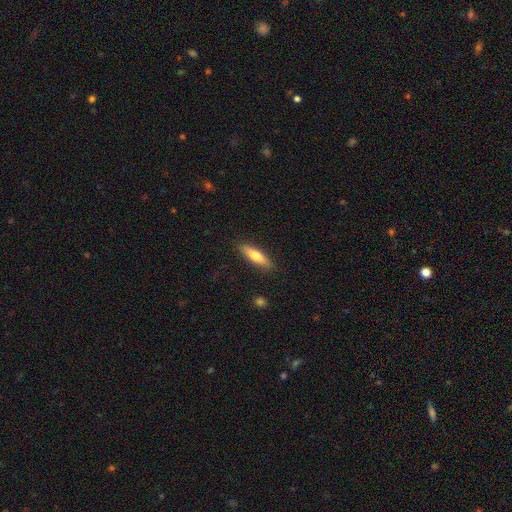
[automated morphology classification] Smooth or featured?
  - smooth: 70% *
  - featured or disk: 24%
  - star or artifact: 6%
How rounded?
  - cigar-shaped: 63% *
  - in between: 35%
  - round: 2%
Merging?
  - none: 88% *
  - minor disturbance: 9%
  - major disturbance: 2%
  - merger: 1%